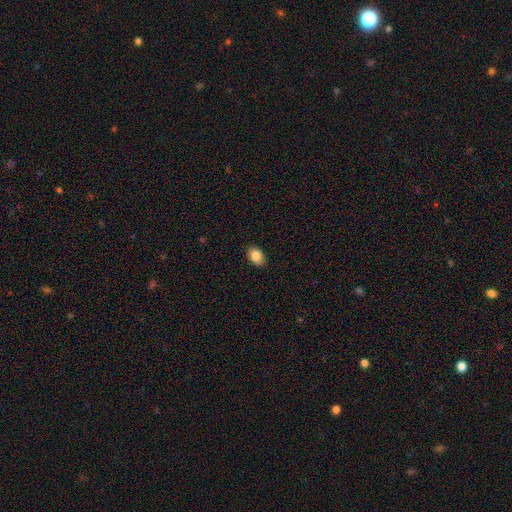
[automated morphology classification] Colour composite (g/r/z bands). It shows a smooth galaxy with no disk features (85%) that is in between round and cigar-shaped (85%). Merging: none (89%).